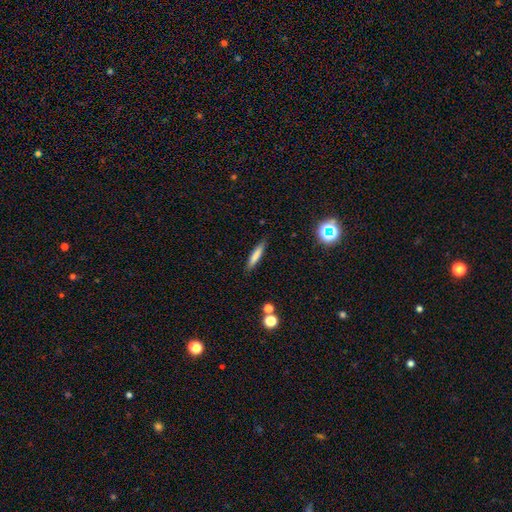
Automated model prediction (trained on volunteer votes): smooth-or-featured: smooth: 77% | featured or disk: 15% | star or artifact: 8%
  how-rounded: cigar-shaped: 87% | in between: 11% | round: 2%
  merging: none: 87% | minor disturbance: 9% | major disturbance: 2% | merger: 2%